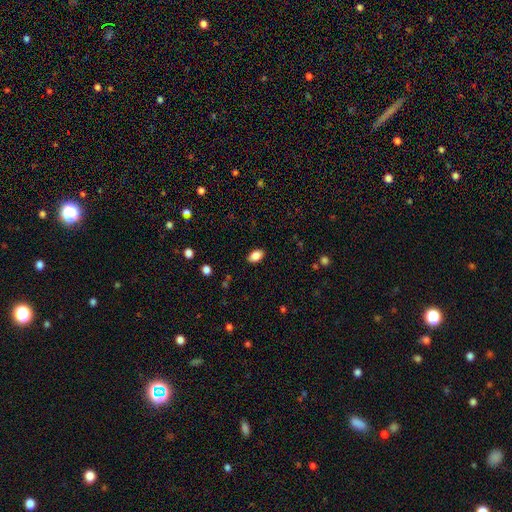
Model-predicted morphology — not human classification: This appears to be a smooth galaxy with no disk features (86%) that is in between round and cigar-shaped (91%). Merging: none (88%).